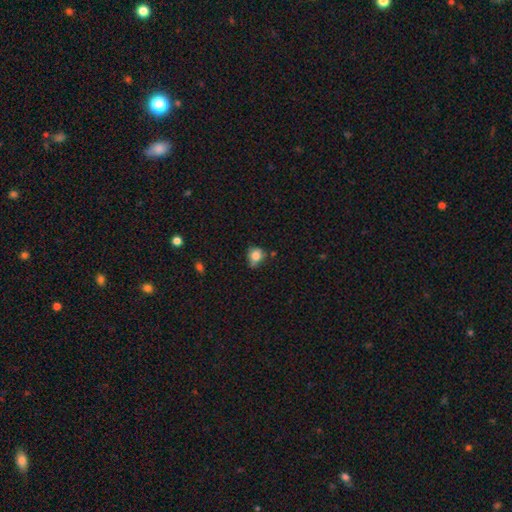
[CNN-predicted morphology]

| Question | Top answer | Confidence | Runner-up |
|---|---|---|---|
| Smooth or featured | smooth | 78% | featured or disk (11%) |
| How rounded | round | 67% | in between (32%) |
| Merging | none | 50% | minor disturbance (32%) |